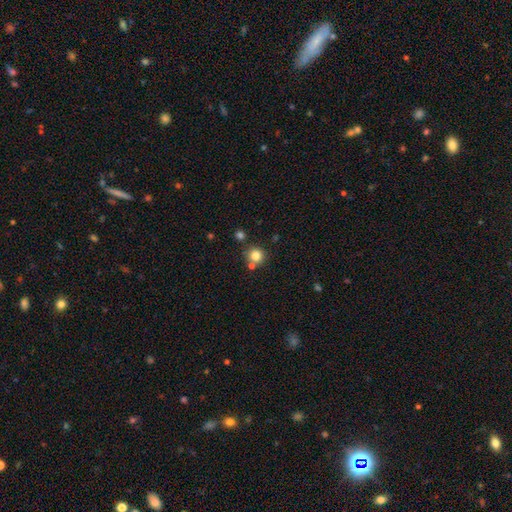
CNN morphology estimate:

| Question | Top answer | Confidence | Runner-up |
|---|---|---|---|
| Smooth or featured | smooth | 81% | star or artifact (12%) |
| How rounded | round | 92% | in between (7%) |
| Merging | none | 73% | merger (15%) |